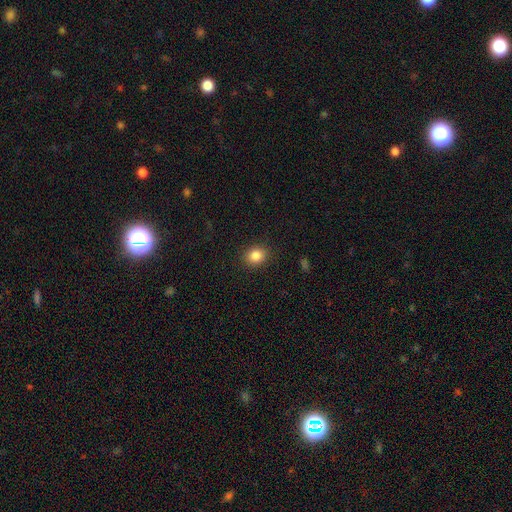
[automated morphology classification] Smooth or featured? Predicted: smooth (p=0.85). How rounded? Predicted: round (p=0.60). Merging? Predicted: none (p=0.89).